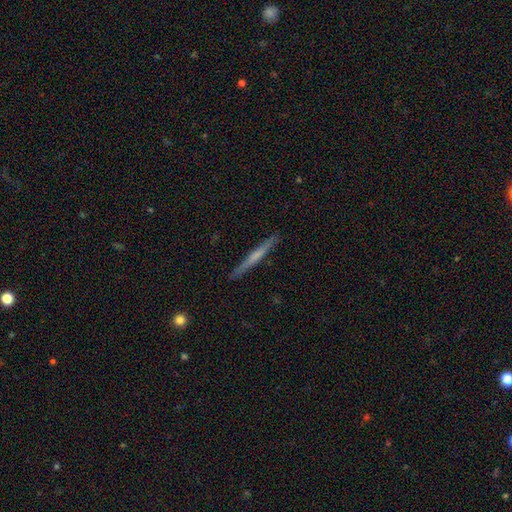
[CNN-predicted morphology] The model was most divided on "smooth or featured": featured or disk: 52%, smooth: 42%, star or artifact: 6%. More confident: edge-on disk — yes (97%); merging — none (91%); edge-on bulge — none (59%).